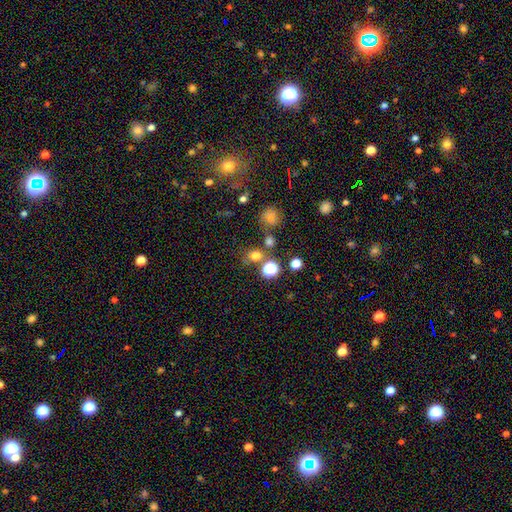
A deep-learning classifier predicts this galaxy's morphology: This appears to be a smooth galaxy with no disk features (70%) that is round (77%). Merging: none (68%).